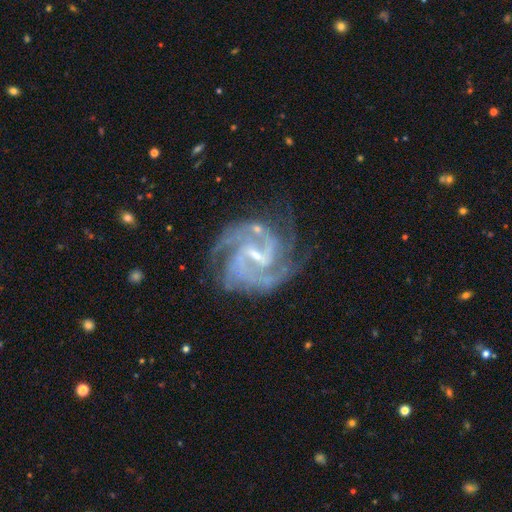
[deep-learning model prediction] The model was most divided on "spiral winding": medium: 51%, tight: 42%, loose: 8%. Remaining: spiral arms — yes (98%); edge-on disk — no (98%); smooth or featured — featured or disk (92%); bulge size — small (71%); merging — none (70%); bar — weak (50%); spiral arm count — 2 (47%).